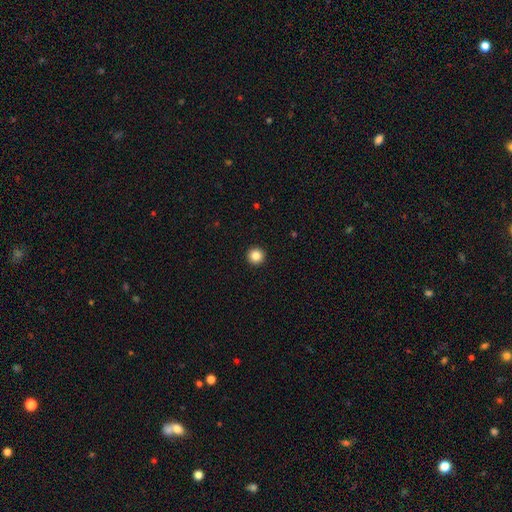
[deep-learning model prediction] This appears to be a smooth galaxy with no disk features (85%) that is round (96%). Merging: none (94%).